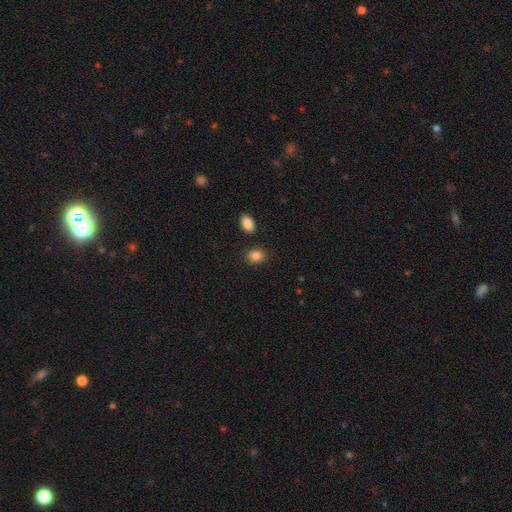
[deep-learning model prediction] A smooth galaxy with no disk features (87%) that is in between round and cigar-shaped (51%). Merging: none (83%).